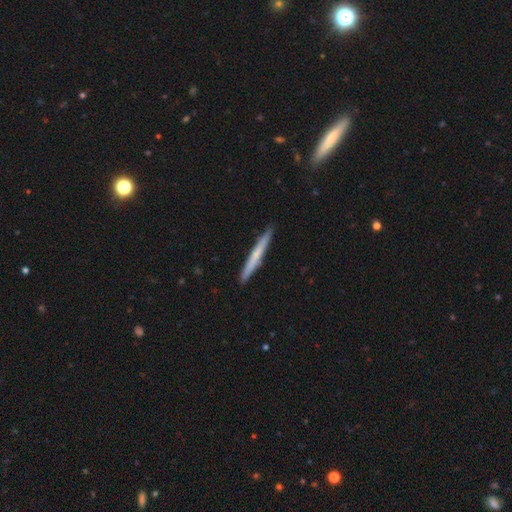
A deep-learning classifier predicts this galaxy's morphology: Smooth or featured?
  - smooth: 54% *
  - featured or disk: 41%
  - star or artifact: 5%
How rounded?
  - cigar-shaped: 97% *
  - in between: 2%
  - round: 1%
Merging?
  - none: 91% *
  - minor disturbance: 7%
  - major disturbance: 1%
  - merger: 1%